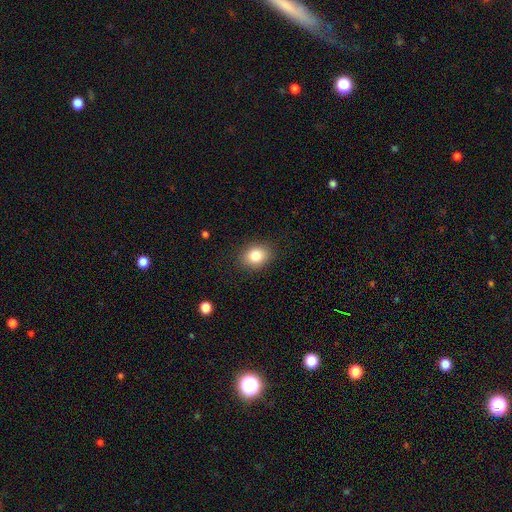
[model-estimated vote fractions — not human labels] A smooth galaxy with no disk features (83%) that is in between round and cigar-shaped (52%).

Vote fractions:
- Smooth or featured? smooth: 83% / star or artifact: 9% / featured or disk: 8%
- How rounded? in between: 52% / round: 47% / cigar-shaped: 1%
- Merging? none: 87% / minor disturbance: 9% / major disturbance: 3% / merger: 1%